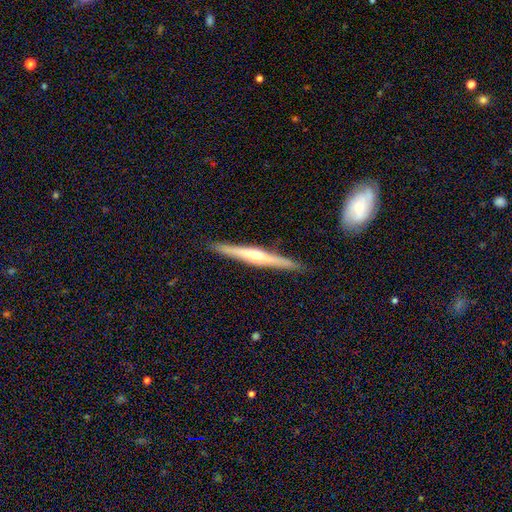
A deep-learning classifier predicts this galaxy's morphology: Smooth or featured: featured or disk — 70% (smooth — 24%)
Edge-on disk: yes — 97% (no — 3%)
Edge-on bulge: rounded — 77% (none — 17%)
Merging: none — 91% (minor disturbance — 7%)